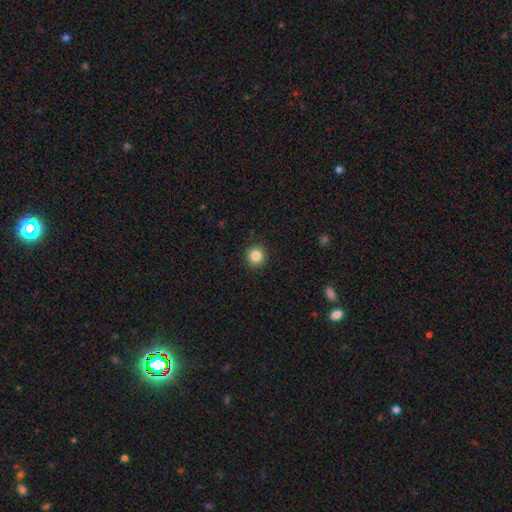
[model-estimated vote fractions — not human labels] This appears to be a smooth galaxy with no disk features (85%) that is round (94%). Merging: none (92%).